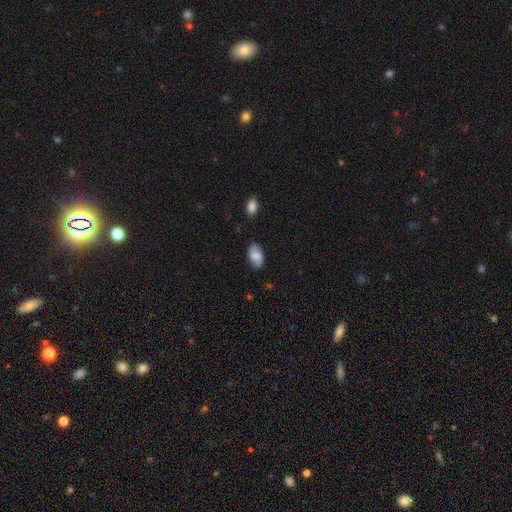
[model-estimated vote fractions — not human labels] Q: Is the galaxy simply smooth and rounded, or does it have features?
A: smooth — 66%.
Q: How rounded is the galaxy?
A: in between — 93%.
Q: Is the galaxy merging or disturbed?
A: none — 79%.